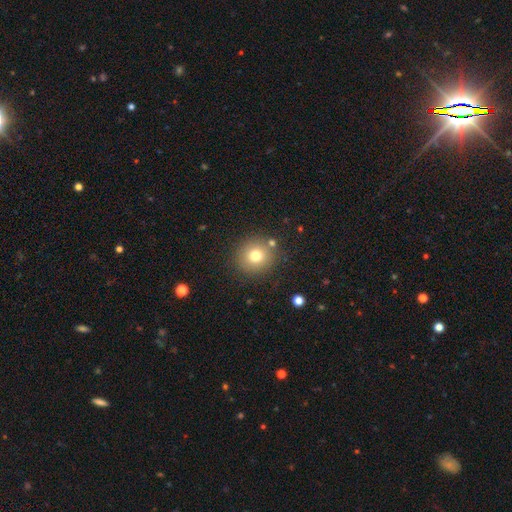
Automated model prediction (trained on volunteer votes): smooth_or_featured: smooth (p=0.76) [alt: star or artifact p=0.12]
how_rounded: round (p=0.91) [alt: in between p=0.08]
merging: none (p=0.84) [alt: minor disturbance p=0.08]